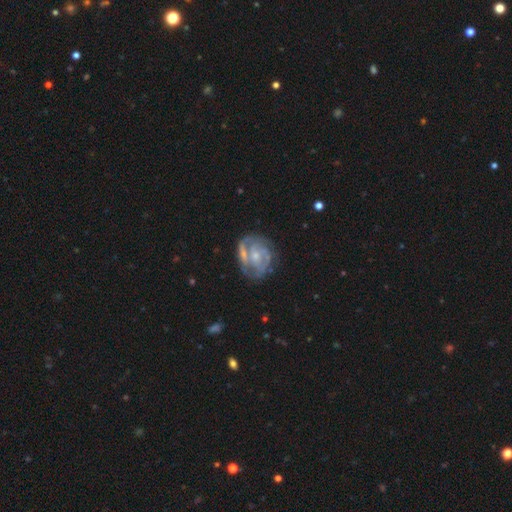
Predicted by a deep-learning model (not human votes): smooth_or_featured: featured or disk (p=0.82) [alt: smooth p=0.12]
disk_edge_on: no (p=0.98) [alt: yes p=0.02]
bar: no (p=0.55) [alt: weak p=0.36]
has_spiral_arms: yes (p=0.86) [alt: no p=0.14]
spiral_winding: tight (p=0.50) [alt: medium p=0.39]
spiral_arm_count: 2 (p=0.40) [alt: can't tell p=0.27]
bulge_size: small (p=0.60) [alt: moderate p=0.32]
merging: none (p=0.61) [alt: minor disturbance p=0.20]